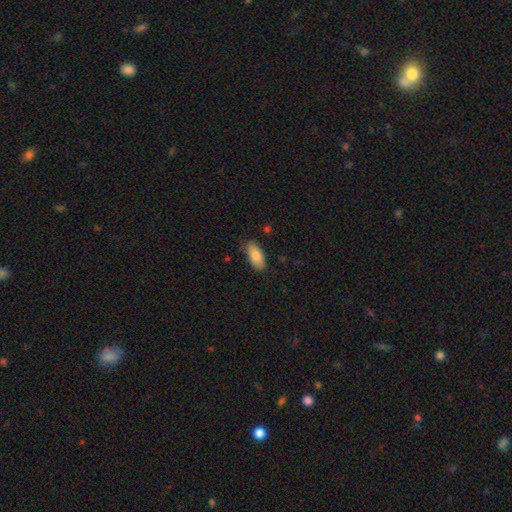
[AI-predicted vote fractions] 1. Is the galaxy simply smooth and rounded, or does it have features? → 85% smooth, 8% featured or disk, 6% star or artifact.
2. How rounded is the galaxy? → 90% in between, 8% cigar-shaped, 2% round.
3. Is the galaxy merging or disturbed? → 79% none, 17% minor disturbance, 3% major disturbance, 1% merger.